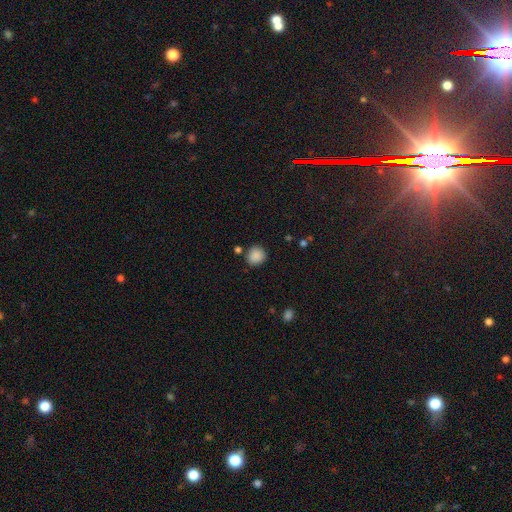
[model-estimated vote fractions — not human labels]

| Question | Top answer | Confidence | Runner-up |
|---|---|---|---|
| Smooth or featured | smooth | 88% | star or artifact (9%) |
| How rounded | round | 86% | in between (13%) |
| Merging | none | 81% | minor disturbance (11%) |